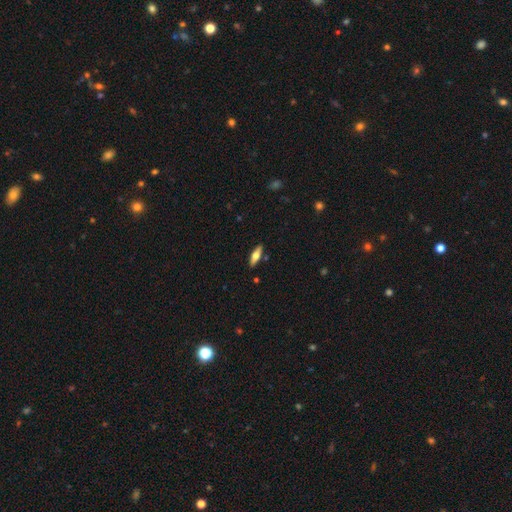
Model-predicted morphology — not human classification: smooth_or_featured: smooth (p=0.54) [alt: featured or disk p=0.40]
how_rounded: in between (p=0.52) [alt: cigar-shaped p=0.45]
merging: none (p=0.87) [alt: minor disturbance p=0.09]